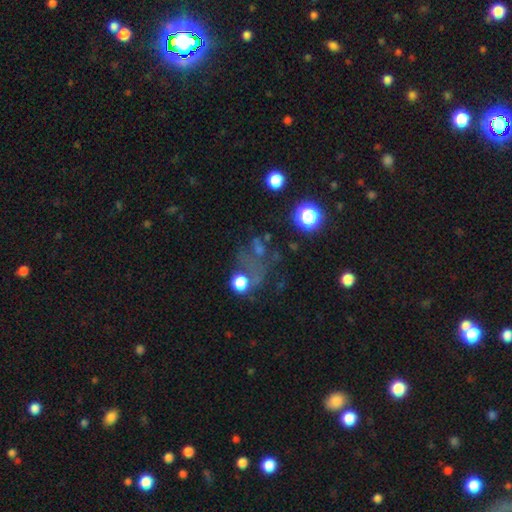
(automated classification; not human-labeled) The model was most divided on "smooth or featured": star or artifact: 45%, smooth: 31%, featured or disk: 24%.